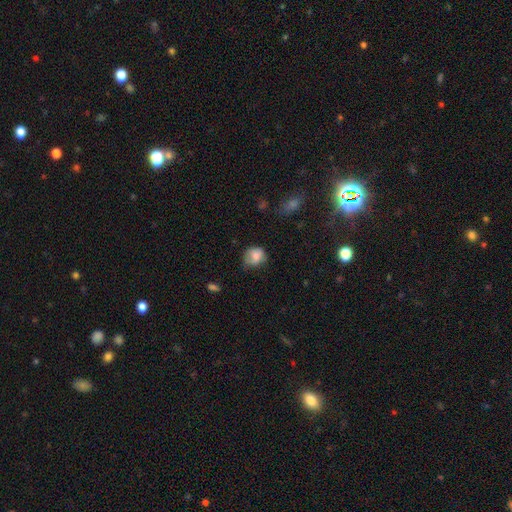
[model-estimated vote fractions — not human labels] Smooth or featured: smooth — 76% (featured or disk — 15%)
How rounded: round — 64% (in between — 35%)
Merging: none — 50% (minor disturbance — 35%)